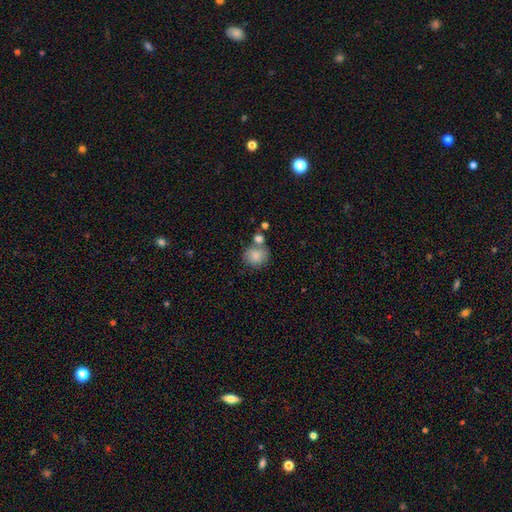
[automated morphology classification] The model was most divided on "merging": none: 53%, merger: 26%, minor disturbance: 15%, major disturbance: 5%. More confident: how rounded — round (83%); smooth or featured — smooth (83%).